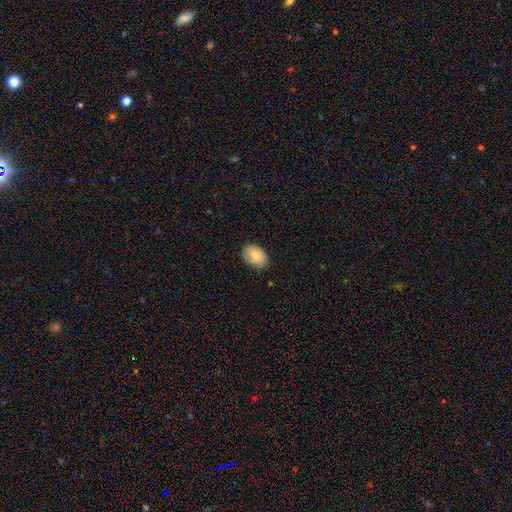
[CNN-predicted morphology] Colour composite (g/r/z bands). It shows a smooth galaxy with no disk features (78%) that is in between round and cigar-shaped (77%). Merging: none (79%).